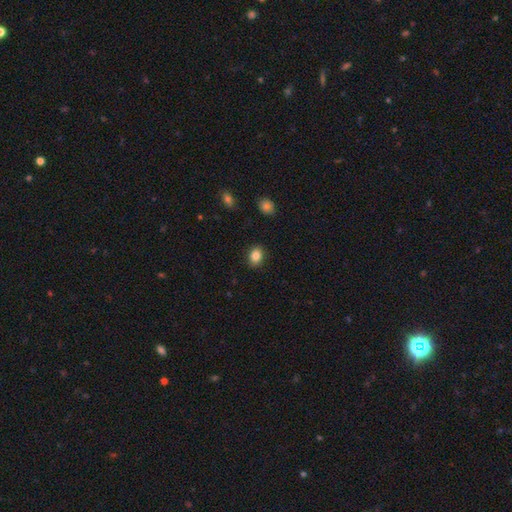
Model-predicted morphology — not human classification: This is clearly a smooth galaxy (85%). How rounded: likely in between (62%). Merging: clearly none (89%).